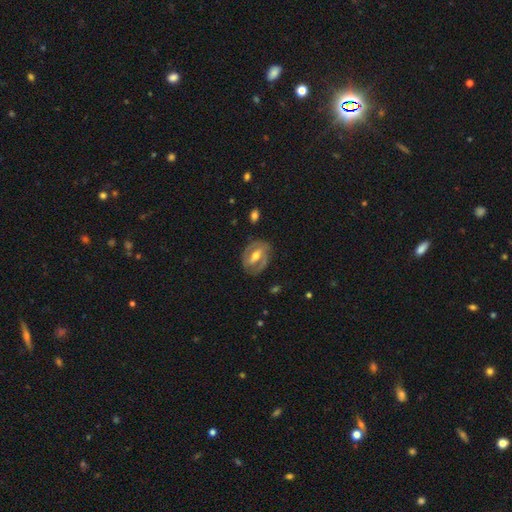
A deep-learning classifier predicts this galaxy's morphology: This is likely a featured or disk galaxy (75%). It is clearly not viewed edge-on (95%). Bar: marginally strong (44%). Spiral arm pattern: likely yes (74%). Spiral arm count: likely 2 (79%). Spiral winding: marginally tight (44%). Central bulge: likely moderate (70%). Merging: likely none (76%).